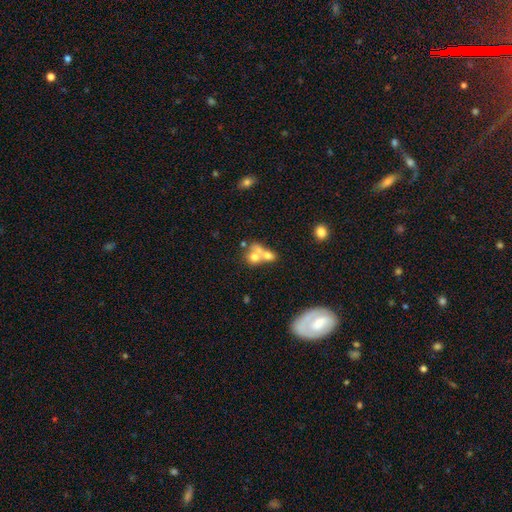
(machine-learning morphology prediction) This is possibly a smooth galaxy (59%). How rounded: likely round (67%). Merging: likely merger (64%).